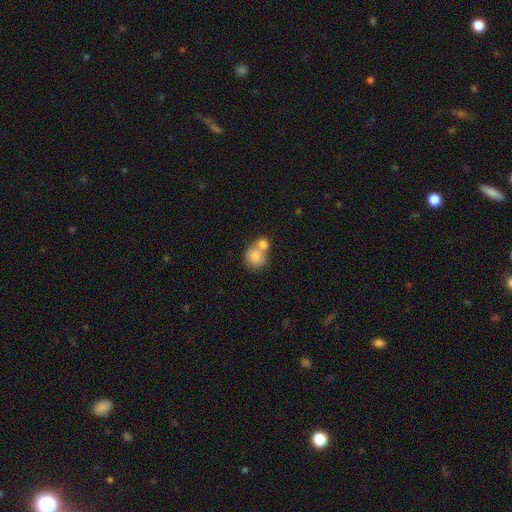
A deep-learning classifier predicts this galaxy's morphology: Smooth or featured: smooth — 79% (featured or disk — 13%)
How rounded: round — 81% (in between — 18%)
Merging: merger — 59% (none — 31%)